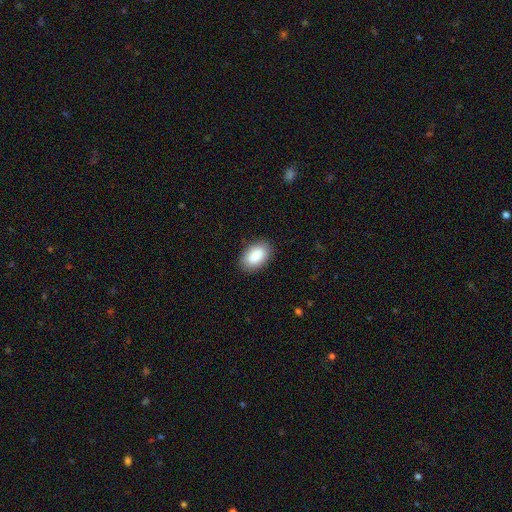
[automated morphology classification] Smooth or featured? smooth (89%)
How rounded? in between (90%)
Merging? none (86%)